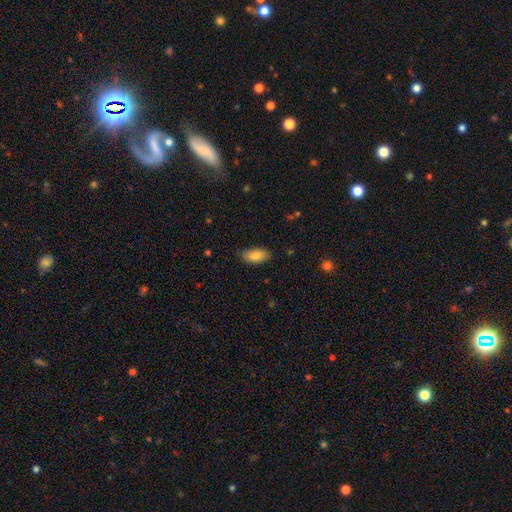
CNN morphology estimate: A smooth galaxy with no disk features (85%) that is in between round and cigar-shaped (91%).

Vote fractions:
- Smooth or featured? smooth: 85% / featured or disk: 8% / star or artifact: 7%
- How rounded? in between: 91% / cigar-shaped: 6% / round: 3%
- Merging? none: 80% / minor disturbance: 17% / major disturbance: 3% / merger: 1%